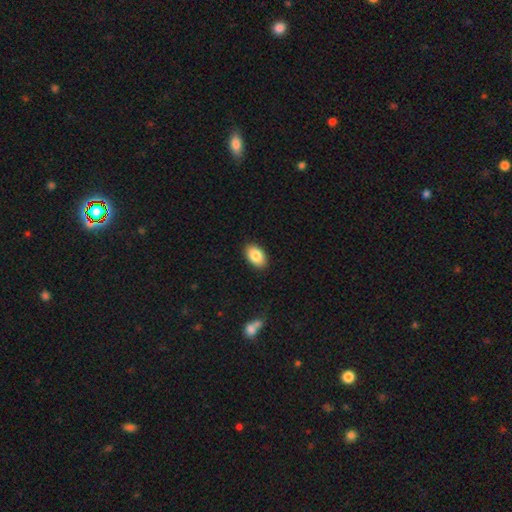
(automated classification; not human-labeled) The model was most divided on "smooth or featured": smooth: 86%, featured or disk: 7%, star or artifact: 7%. More confident: how rounded — in between (92%); merging — none (89%).